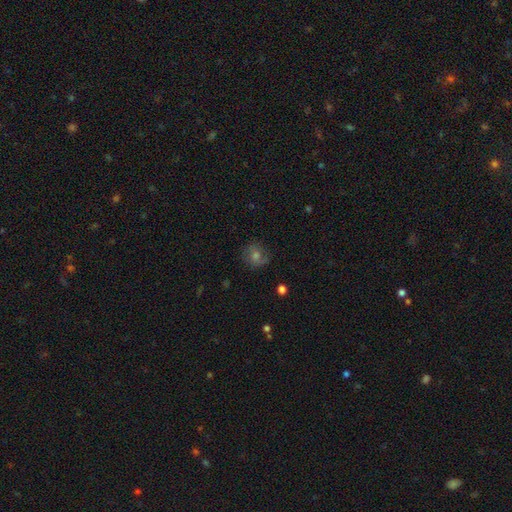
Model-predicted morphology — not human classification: type=smooth (42%); merging=none (74%).